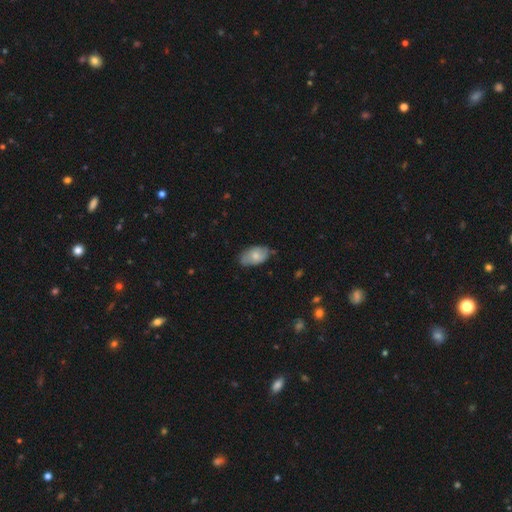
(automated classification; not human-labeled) Overall: smooth (68%). How rounded: in between (93%). Merging: none (67%; minor disturbance 27%).